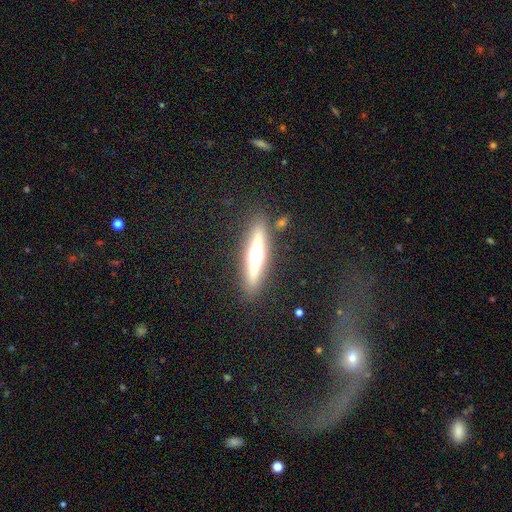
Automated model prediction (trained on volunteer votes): Smooth or featured? featured or disk (68%)
Edge-on disk? yes (94%)
Edge-on bulge? rounded (90%)
Merging? none (86%)